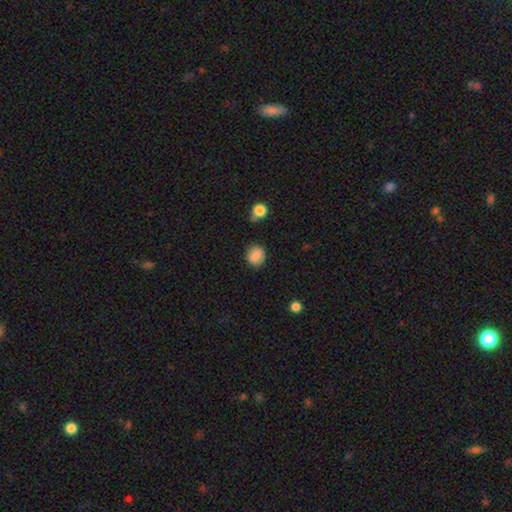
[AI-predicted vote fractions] Morphology: type=smooth (81%); roundness=round (69%); merging=none (78%).